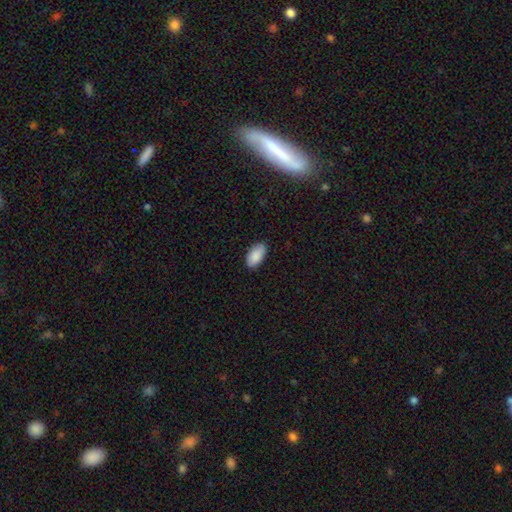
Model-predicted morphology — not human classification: type=smooth (90%); roundness=in between (95%); merging=none (87%).